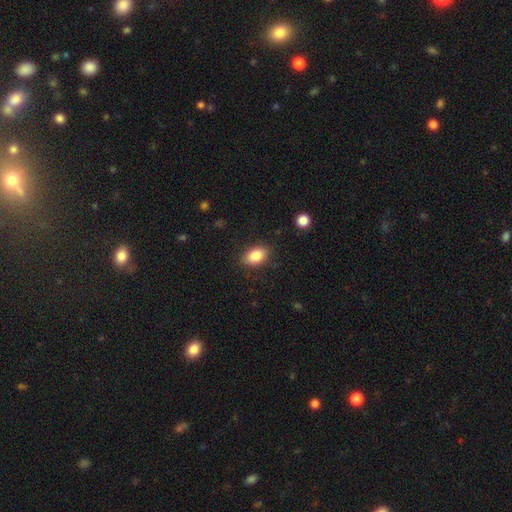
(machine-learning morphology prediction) Overall: smooth (85%). How rounded: in between (87%). Merging: none (86%).